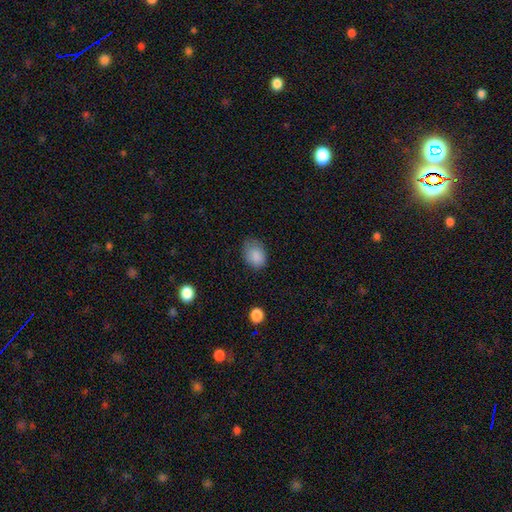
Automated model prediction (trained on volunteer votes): Smooth or featured: smooth — 86% (star or artifact — 8%)
How rounded: in between — 69% (round — 30%)
Merging: none — 62% (minor disturbance — 29%)